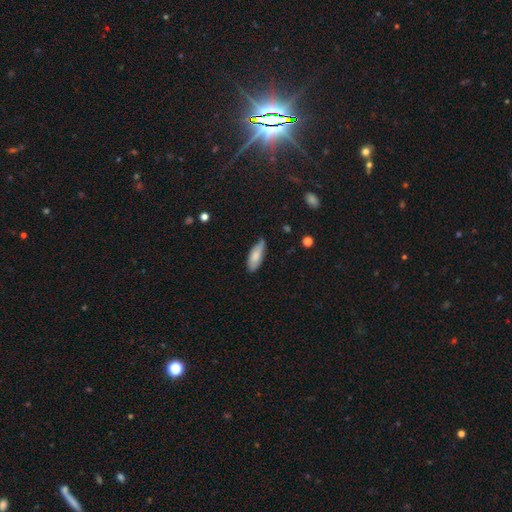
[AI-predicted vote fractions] The model was most divided on "how rounded": in between: 71%, cigar-shaped: 27%, round: 2%. More confident: smooth or featured — smooth (77%); merging — none (71%).